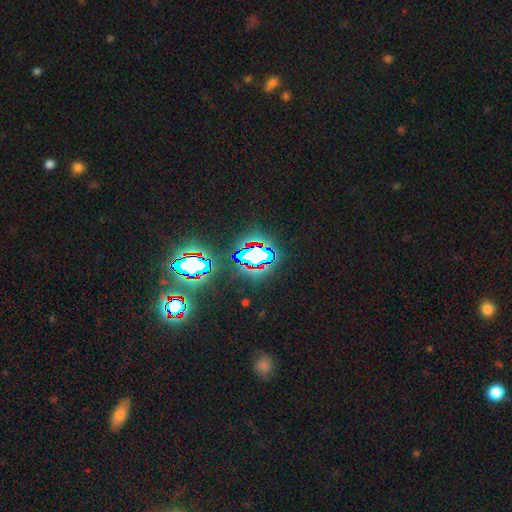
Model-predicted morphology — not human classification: star or artifact 67%, smooth 21%, featured or disk 12%.